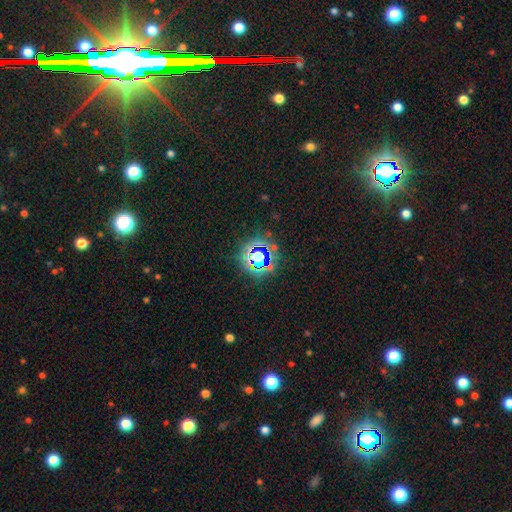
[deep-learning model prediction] A star or artifact, not a galaxy (56%).

Vote fractions:
- Smooth or featured? star or artifact: 56% / smooth: 32% / featured or disk: 12%